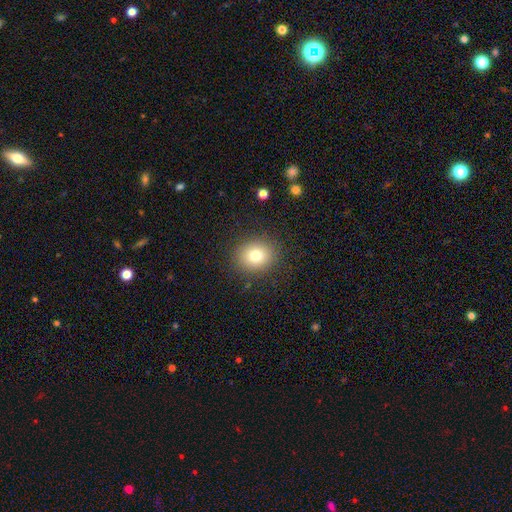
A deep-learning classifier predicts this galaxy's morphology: This appears to be a smooth galaxy with no disk features (77%) that is round (71%). Merging: none (87%).